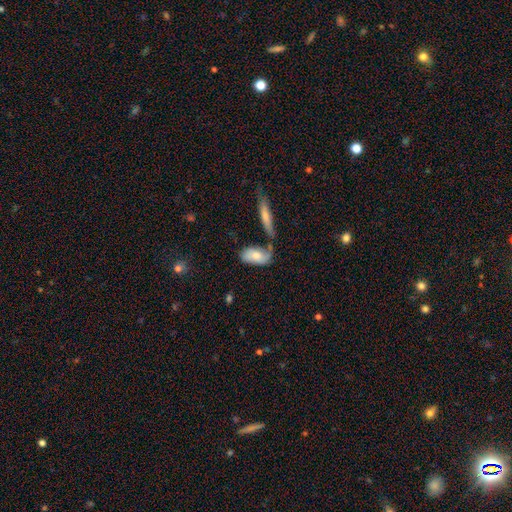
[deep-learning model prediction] Morphology: type=smooth (65%); roundness=in between (87%); merging=none (44%).